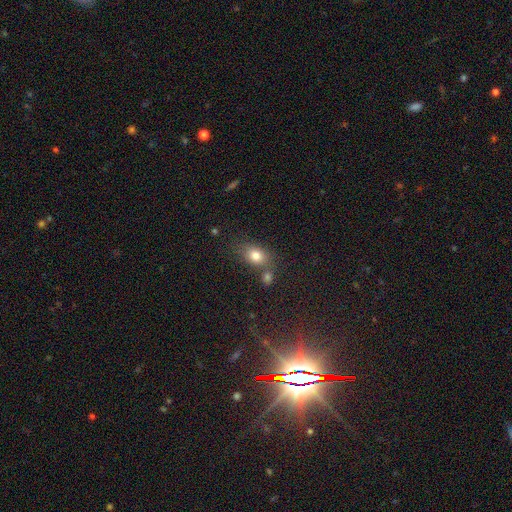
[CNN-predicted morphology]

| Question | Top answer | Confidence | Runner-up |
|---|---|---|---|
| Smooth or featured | smooth | 79% | star or artifact (11%) |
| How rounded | in between | 70% | round (27%) |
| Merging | none | 59% | merger (21%) |